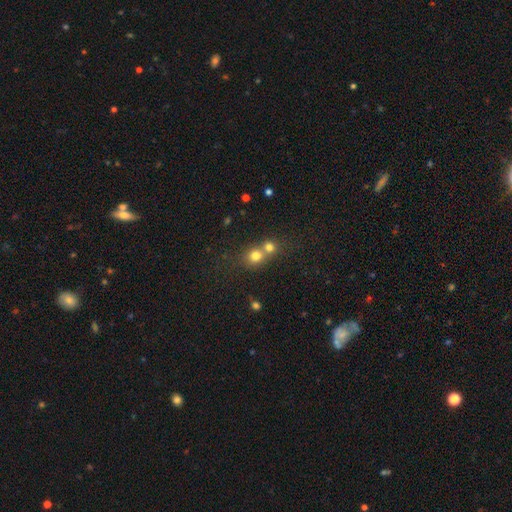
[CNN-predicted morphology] Smooth or featured?
  - smooth: 75% *
  - star or artifact: 14%
  - featured or disk: 11%
How rounded?
  - round: 78% *
  - in between: 21%
  - cigar-shaped: 1%
Merging?
  - merger: 56% *
  - none: 36%
  - minor disturbance: 5%
  - major disturbance: 2%